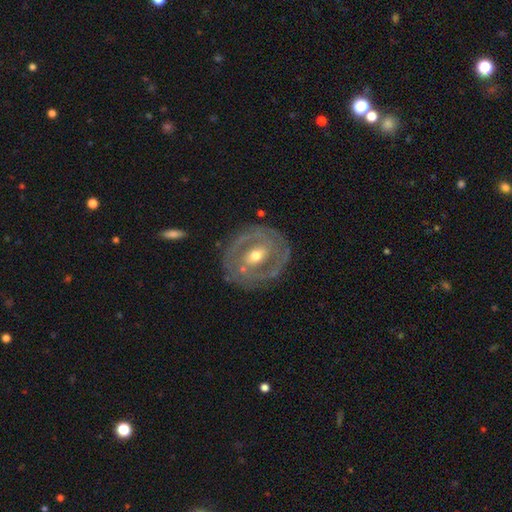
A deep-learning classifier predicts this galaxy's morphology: Smooth or featured?
  - featured or disk: 78% *
  - smooth: 17%
  - star or artifact: 5%
Edge-on disk?
  - no: 95% *
  - yes: 5%
Bar?
  - weak: 40% *
  - no: 33%
  - strong: 27%
Spiral arms?
  - yes: 56% *
  - no: 44%
Bulge size?
  - moderate: 69% *
  - small: 24%
  - large: 5%
  - none: 1%
  - dominant: 1%
Merging?
  - none: 79% *
  - minor disturbance: 14%
  - major disturbance: 6%
  - merger: 2%